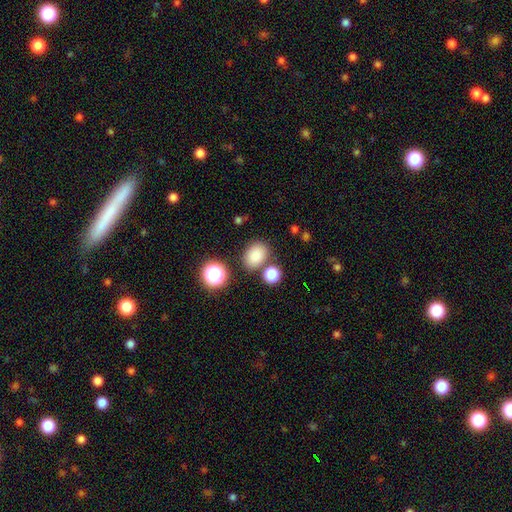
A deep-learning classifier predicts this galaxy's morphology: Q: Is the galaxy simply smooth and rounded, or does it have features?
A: smooth — 82%.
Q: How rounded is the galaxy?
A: in between — 66%.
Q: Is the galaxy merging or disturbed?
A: none — 76%.